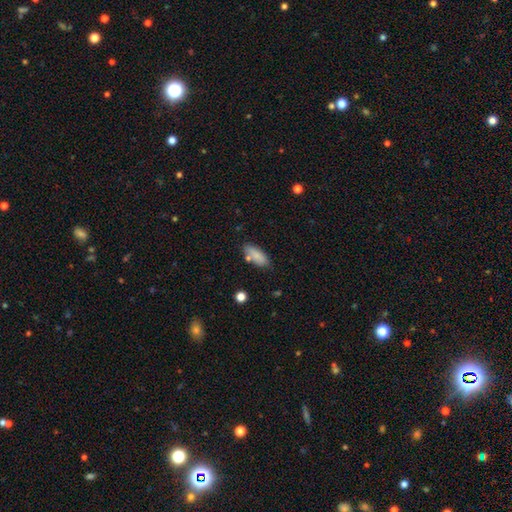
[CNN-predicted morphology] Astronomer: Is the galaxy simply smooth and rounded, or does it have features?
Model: smooth — 84%.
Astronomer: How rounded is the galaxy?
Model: in between — 77%.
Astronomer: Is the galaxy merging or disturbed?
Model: none — 73%.